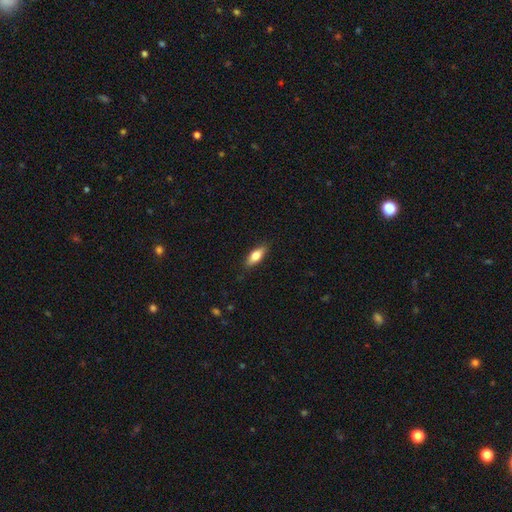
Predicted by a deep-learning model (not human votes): The model was most divided on "how rounded": in between: 68%, cigar-shaped: 29%, round: 3%. More confident: merging — none (86%); smooth or featured — smooth (71%).